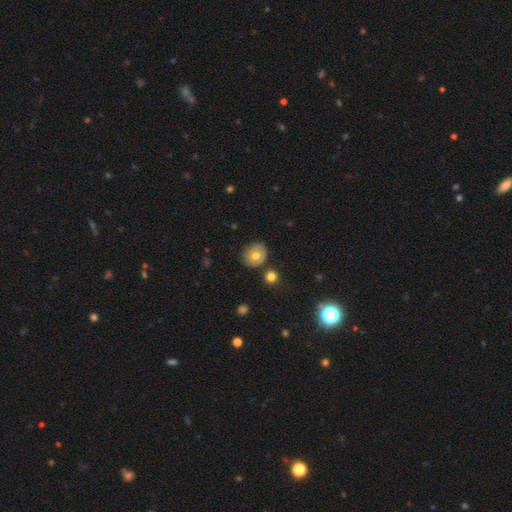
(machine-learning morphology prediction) Smooth or featured?
  - smooth: 67% *
  - featured or disk: 24%
  - star or artifact: 9%
How rounded?
  - round: 77% *
  - in between: 22%
  - cigar-shaped: 1%
Merging?
  - none: 77% *
  - minor disturbance: 15%
  - merger: 5%
  - major disturbance: 3%